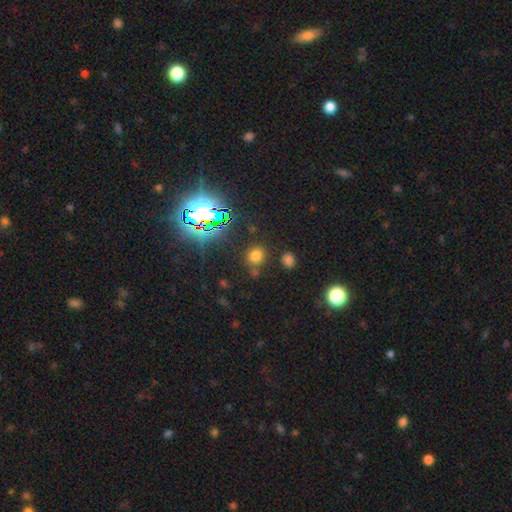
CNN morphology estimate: This appears to be a smooth galaxy with no disk features (67%) that is round (82%). Merging: none (78%).